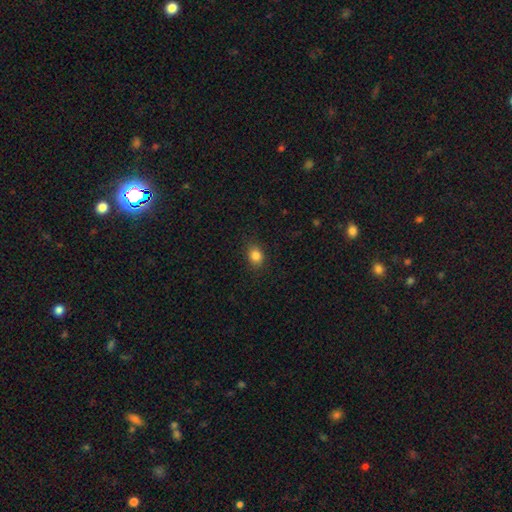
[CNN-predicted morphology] Smooth or featured? Predicted: smooth (p=0.84). How rounded? Predicted: round (p=0.50). Merging? Predicted: none (p=0.86).